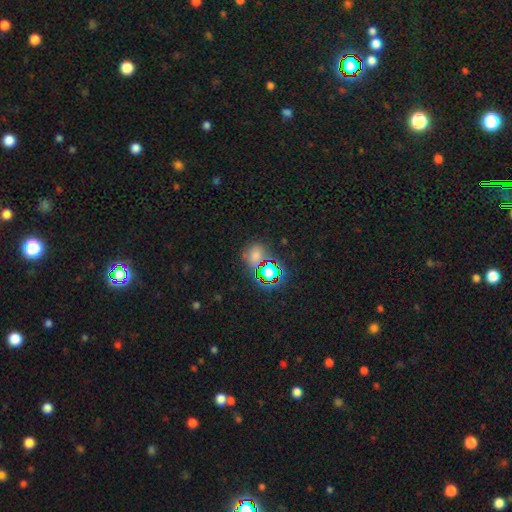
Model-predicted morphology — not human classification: Smooth or featured?
  - star or artifact: 51% *
  - smooth: 40%
  - featured or disk: 8%